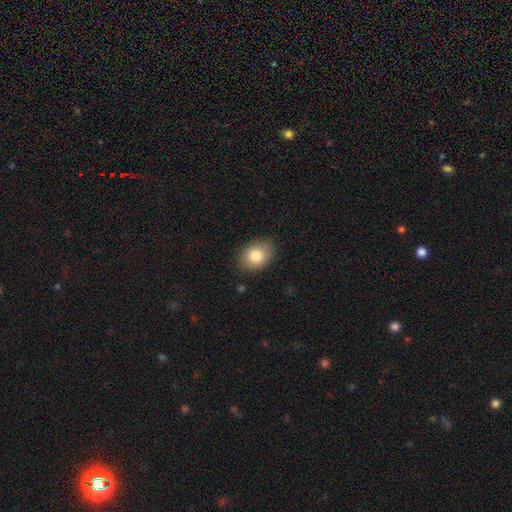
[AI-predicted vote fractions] smooth-or-featured: smooth: 82% | featured or disk: 10% | star or artifact: 8%
  how-rounded: in between: 70% | round: 29% | cigar-shaped: 1%
  merging: none: 85% | minor disturbance: 12% | major disturbance: 3% | merger: 1%